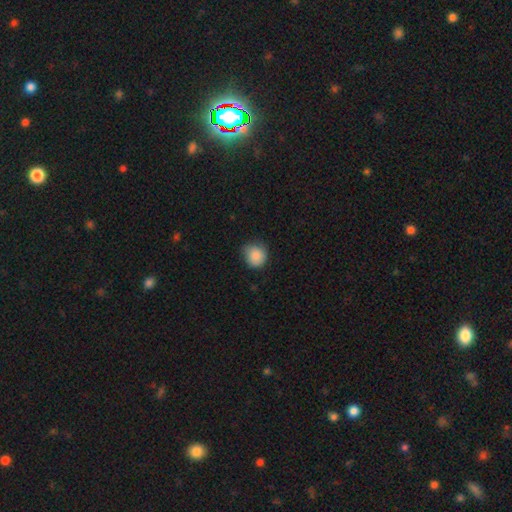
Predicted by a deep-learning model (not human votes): smooth_or_featured: smooth (p=0.88) [alt: star or artifact p=0.08]
how_rounded: round (p=0.84) [alt: in between p=0.15]
merging: none (p=0.67) [alt: minor disturbance p=0.27]